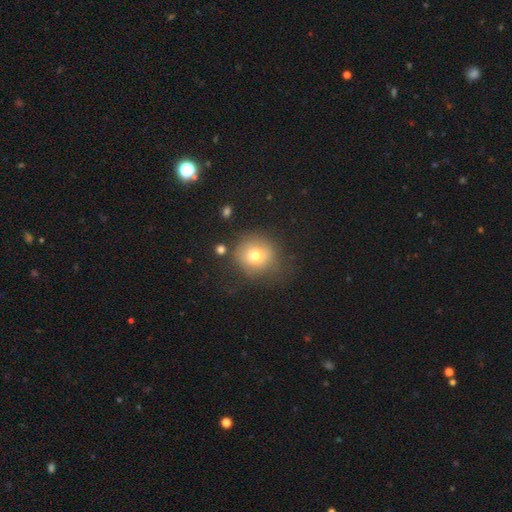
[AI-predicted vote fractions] smooth_or_featured: smooth (p=0.71) [alt: featured or disk p=0.16]
how_rounded: round (p=0.89) [alt: in between p=0.10]
merging: none (p=0.66) [alt: minor disturbance p=0.19]